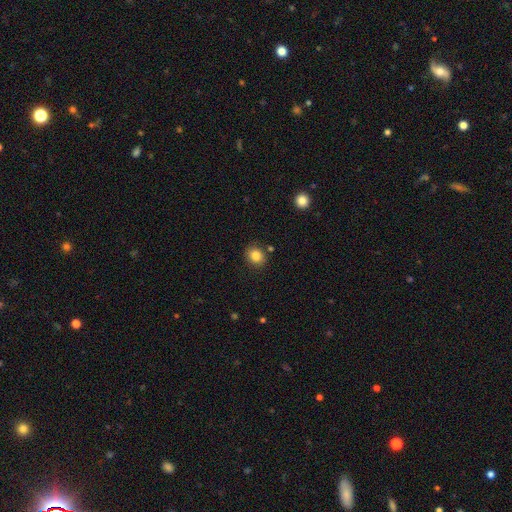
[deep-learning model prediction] Overall: smooth (84%). How rounded: round (73%). Merging: none (85%).